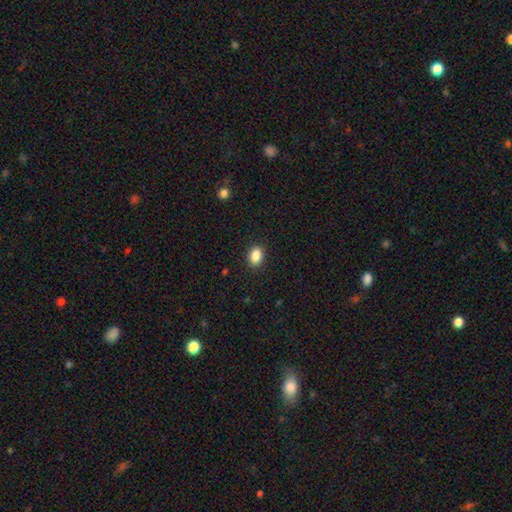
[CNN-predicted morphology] Smooth or featured? Predicted: smooth (p=0.88). How rounded? Predicted: in between (p=0.69). Merging? Predicted: none (p=0.89).